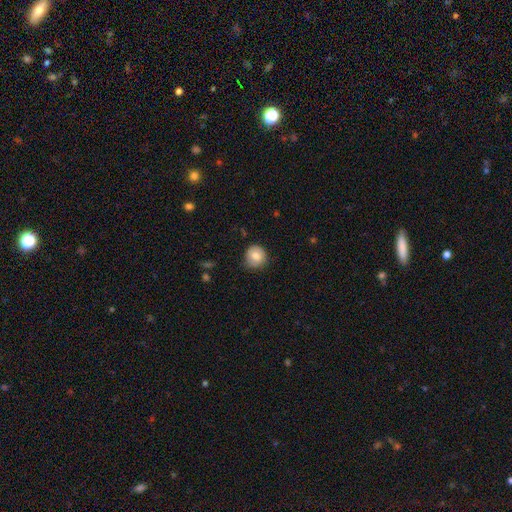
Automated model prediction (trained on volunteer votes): smooth_or_featured: smooth (p=0.77) [alt: featured or disk p=0.15]
how_rounded: round (p=0.90) [alt: in between p=0.09]
merging: none (p=0.80) [alt: minor disturbance p=0.16]